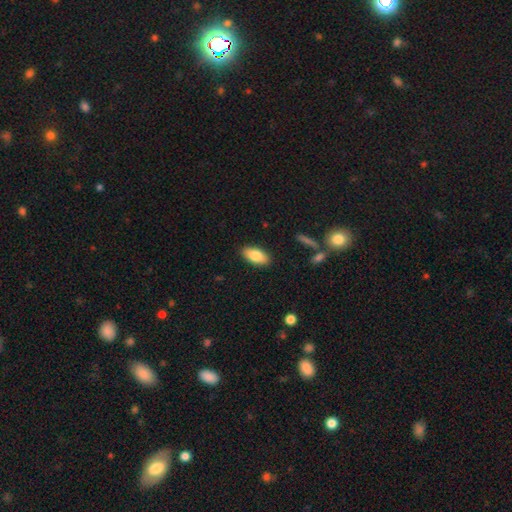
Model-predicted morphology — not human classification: Overall: smooth (81%). How rounded: in between (88%). Merging: none (88%).